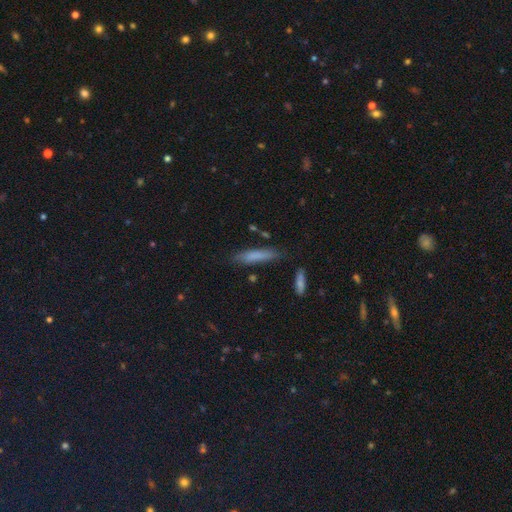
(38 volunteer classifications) smooth_or_featured: smooth (p=0.76) [alt: featured or disk p=0.16]
how_rounded: cigar-shaped (p=0.83) [alt: in between p=0.17]
merging: none (p=0.91) [alt: minor disturbance p=0.06]